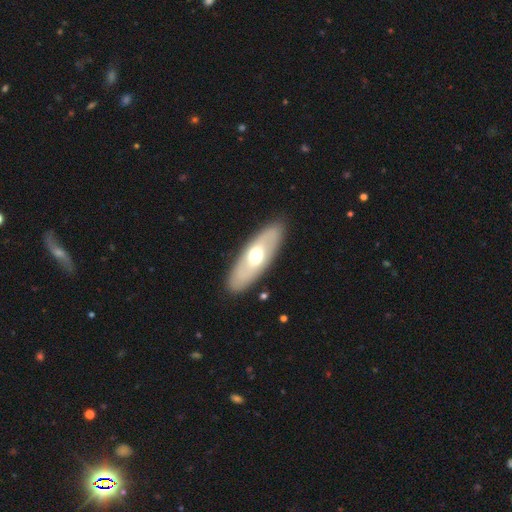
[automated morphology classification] smooth_or_featured: featured or disk (p=0.52) [alt: smooth p=0.43]
disk_edge_on: no (p=0.72) [alt: yes p=0.28]
merging: none (p=0.89) [alt: minor disturbance p=0.08]